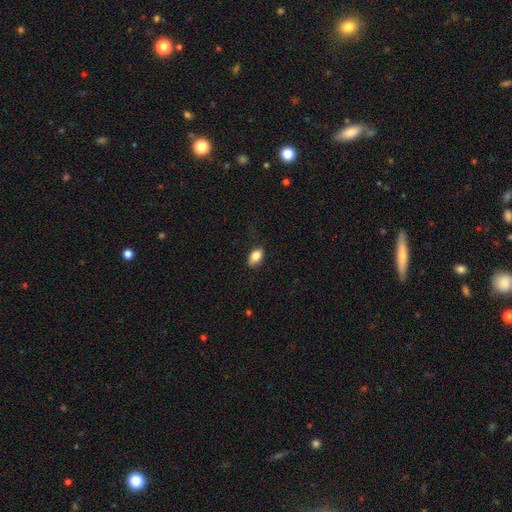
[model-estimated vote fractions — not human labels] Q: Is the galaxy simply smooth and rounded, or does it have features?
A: smooth — 82%.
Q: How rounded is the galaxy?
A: in between — 88%.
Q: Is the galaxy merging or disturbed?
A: none — 78%.